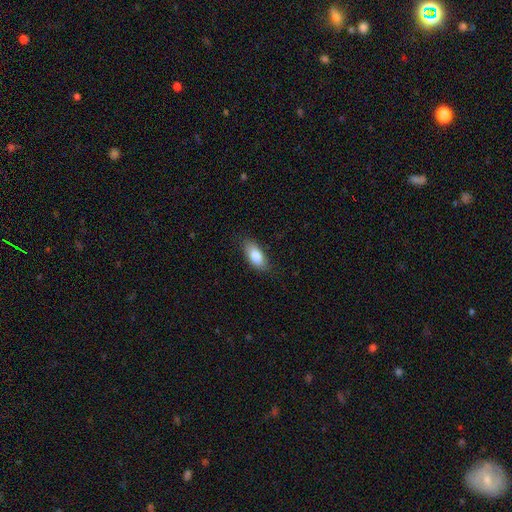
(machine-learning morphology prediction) Smooth or featured: smooth — 83% (featured or disk — 11%)
How rounded: in between — 86% (cigar-shaped — 11%)
Merging: none — 80% (minor disturbance — 16%)